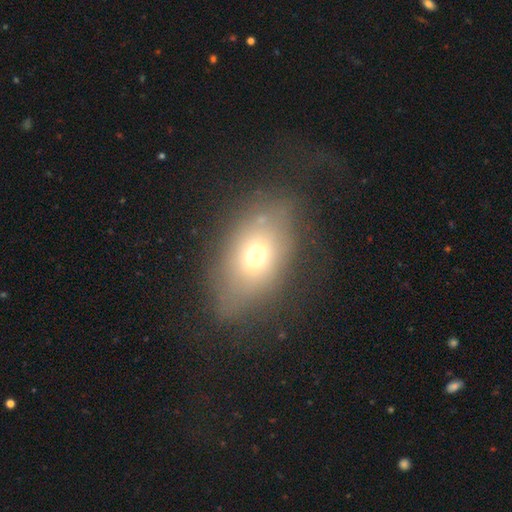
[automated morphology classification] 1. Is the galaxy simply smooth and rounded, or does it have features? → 63% smooth, 23% featured or disk, 14% star or artifact.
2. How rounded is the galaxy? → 79% in between, 17% round, 3% cigar-shaped.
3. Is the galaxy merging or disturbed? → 62% none, 22% minor disturbance, 13% major disturbance, 3% merger.